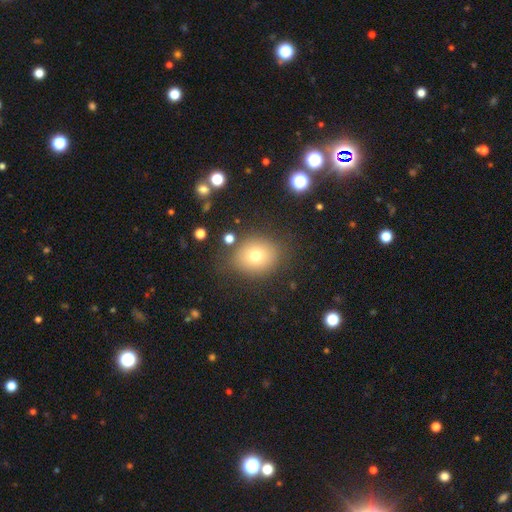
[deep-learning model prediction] smooth_or_featured: smooth (p=0.72) [alt: star or artifact p=0.15]
how_rounded: round (p=0.66) [alt: in between p=0.33]
merging: none (p=0.81) [alt: minor disturbance p=0.12]